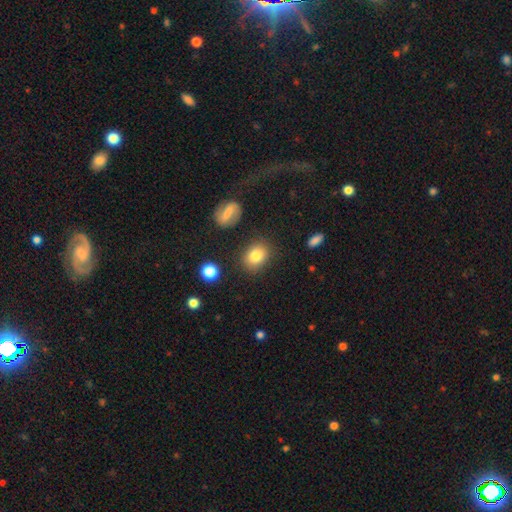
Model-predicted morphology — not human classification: smooth 81%, star or artifact 10%, featured or disk 9%. Down the decision tree: how rounded — in between (57%); merging — none (82%).